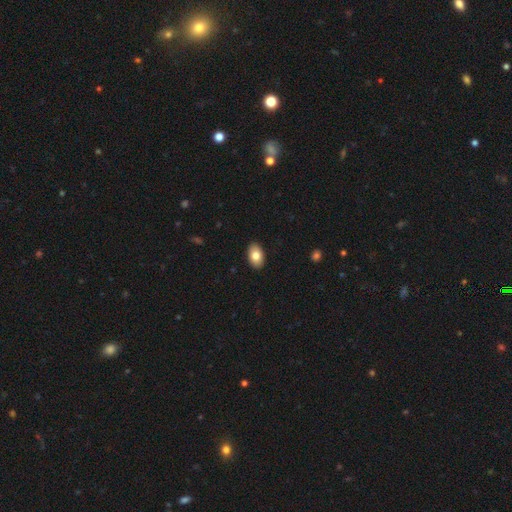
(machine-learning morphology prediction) type=smooth (80%); roundness=in between (92%); merging=none (90%).